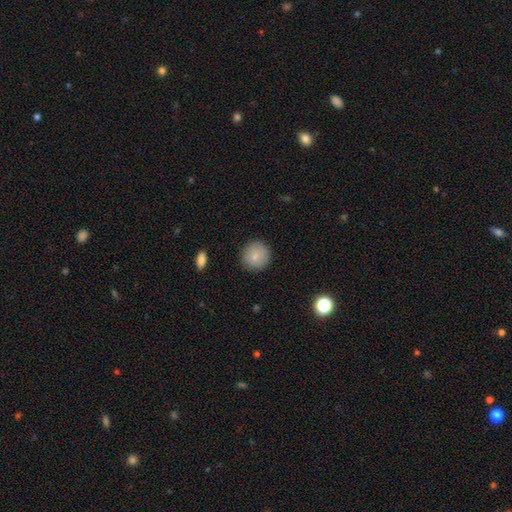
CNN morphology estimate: Smooth or featured? smooth (84%)
How rounded? round (93%)
Merging? none (89%)